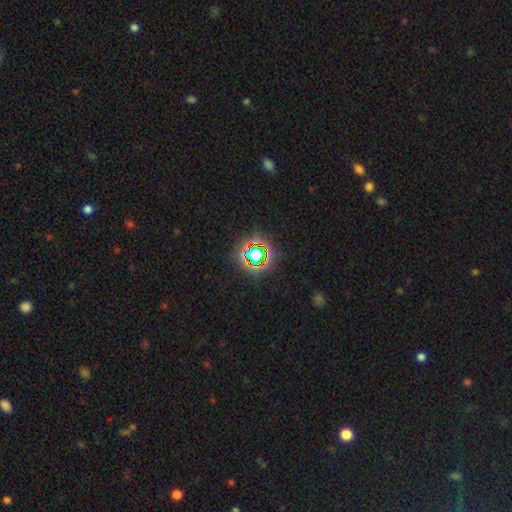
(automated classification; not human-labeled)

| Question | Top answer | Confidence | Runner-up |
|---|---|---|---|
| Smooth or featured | star or artifact | 71% | smooth (18%) |